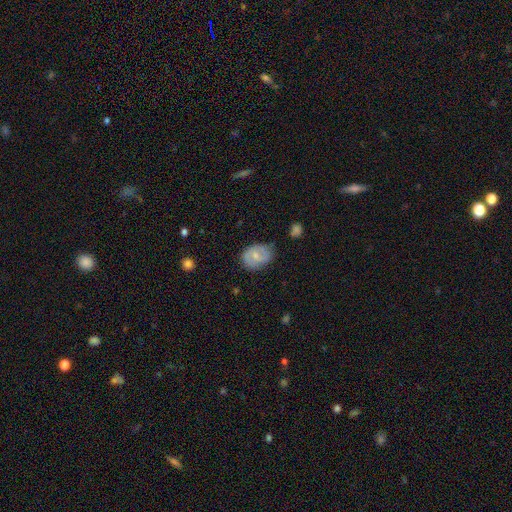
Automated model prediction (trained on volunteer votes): This is possibly a smooth galaxy (50%). How rounded: likely in between (61%). Merging: likely none (69%).